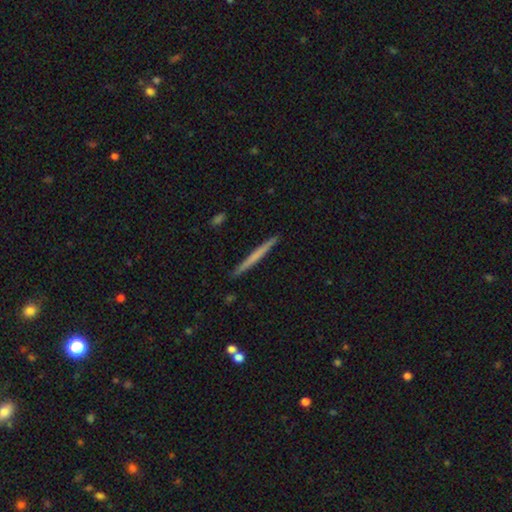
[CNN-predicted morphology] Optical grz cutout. It shows a smooth galaxy with no disk features (51%) that is cigar-shaped (97%). Merging: none (92%).